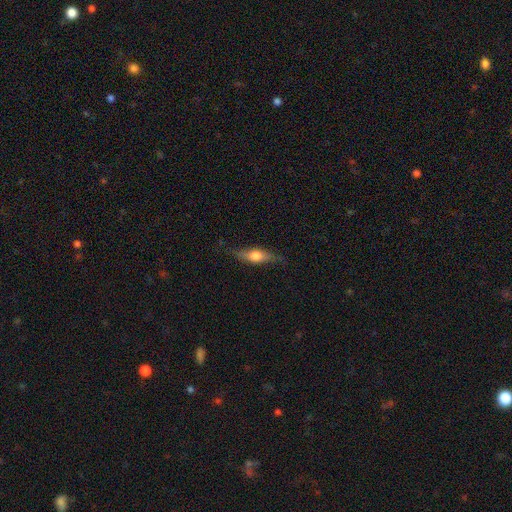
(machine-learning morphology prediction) Smooth or featured? Predicted: featured or disk (p=0.50). Edge-on disk? Predicted: yes (p=0.89). Merging? Predicted: none (p=0.76).